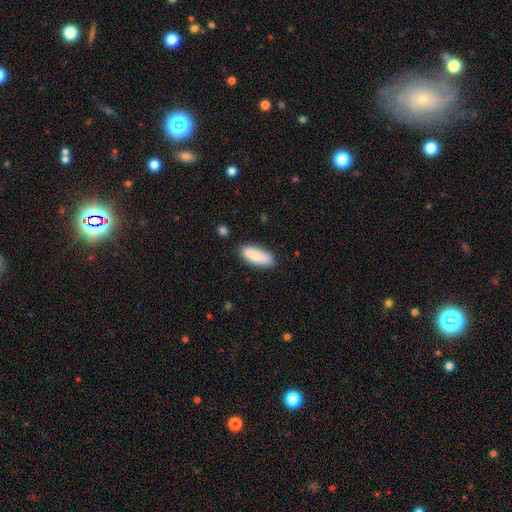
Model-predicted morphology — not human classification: The model was most divided on "how rounded": in between: 76%, cigar-shaped: 22%, round: 2%. More confident: smooth or featured — smooth (86%); merging — none (85%).